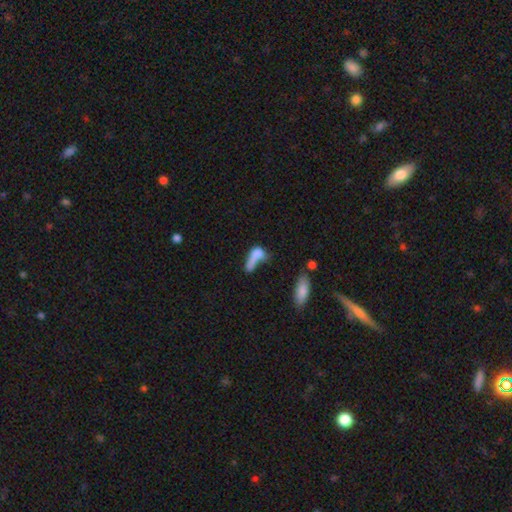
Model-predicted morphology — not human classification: smooth_or_featured: smooth (p=0.66) [alt: featured or disk p=0.23]
how_rounded: in between (p=0.61) [alt: cigar-shaped p=0.30]
merging: merger (p=0.34) [alt: major disturbance p=0.29]